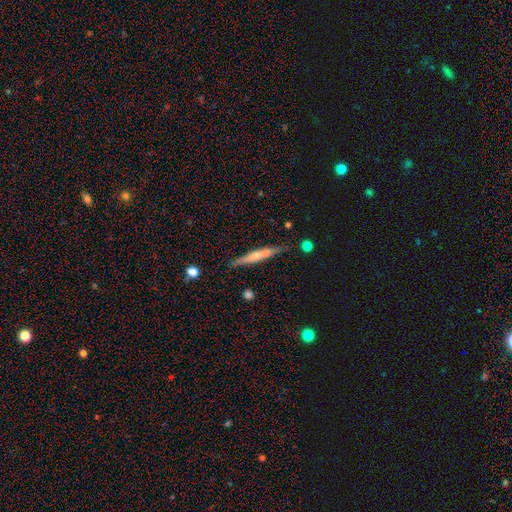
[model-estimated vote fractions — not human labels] This is possibly a featured or disk galaxy (57%). It is clearly viewed edge-on (95%). Edge-on bulge: possibly rounded (57%). Merging: likely none (80%).